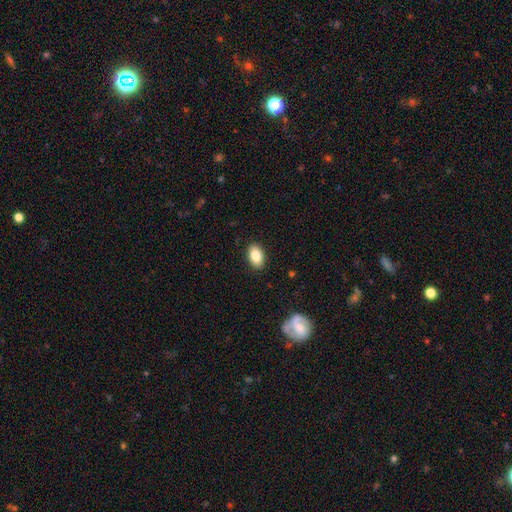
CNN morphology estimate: Overall: smooth (84%). How rounded: in between (89%). Merging: none (89%).